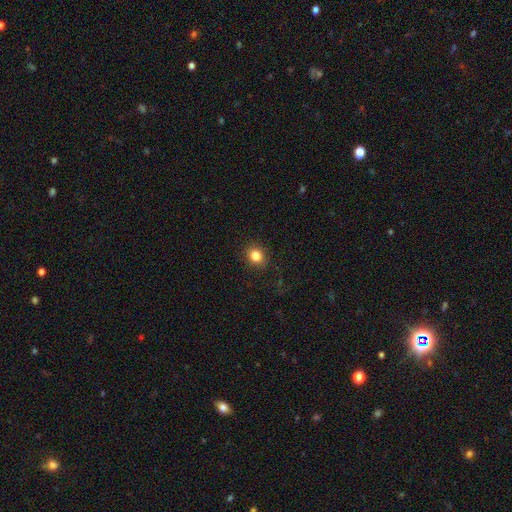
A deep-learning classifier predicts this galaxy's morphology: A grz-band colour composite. It shows a smooth galaxy with no disk features (83%) that is round (72%). Merging: none (88%).